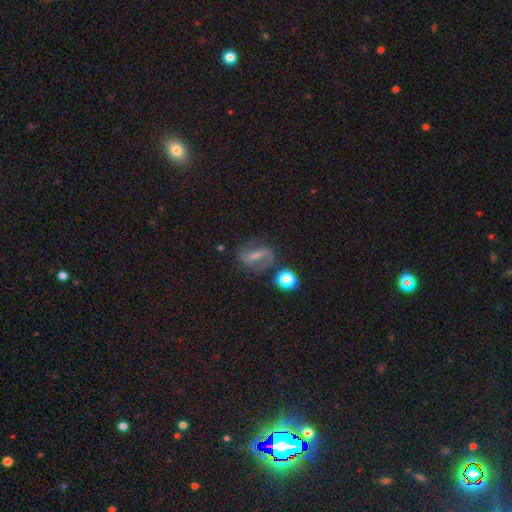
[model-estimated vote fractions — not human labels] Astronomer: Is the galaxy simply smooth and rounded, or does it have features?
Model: featured or disk — 58%.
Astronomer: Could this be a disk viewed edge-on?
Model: no — 93%.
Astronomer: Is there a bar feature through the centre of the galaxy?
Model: strong — 51% (runner-up: weak, 32%).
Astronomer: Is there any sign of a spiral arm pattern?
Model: yes — 82%.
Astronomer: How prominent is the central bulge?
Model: none — 41% (runner-up: small, 32%).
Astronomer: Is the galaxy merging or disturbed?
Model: none — 64%.